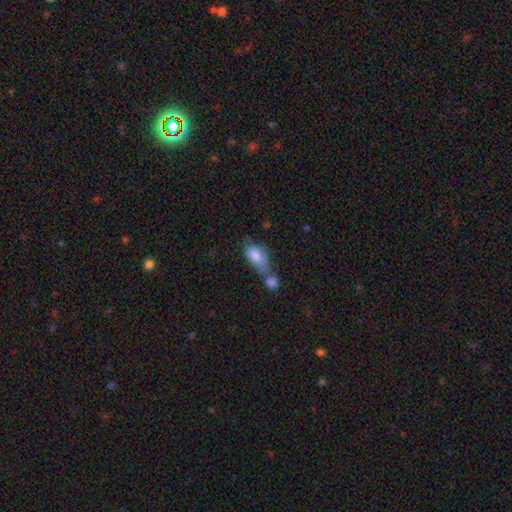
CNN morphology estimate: smooth-or-featured: smooth: 80% | featured or disk: 13% | star or artifact: 8%
  how-rounded: in between: 87% | round: 7% | cigar-shaped: 6%
  merging: merger: 53% | none: 22% | minor disturbance: 15% | major disturbance: 10%